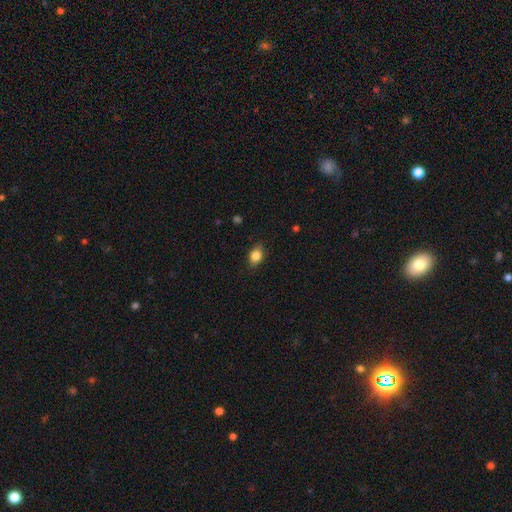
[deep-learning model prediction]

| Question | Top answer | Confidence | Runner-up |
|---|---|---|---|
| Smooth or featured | smooth | 83% | star or artifact (9%) |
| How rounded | in between | 69% | round (28%) |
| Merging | none | 81% | minor disturbance (15%) |